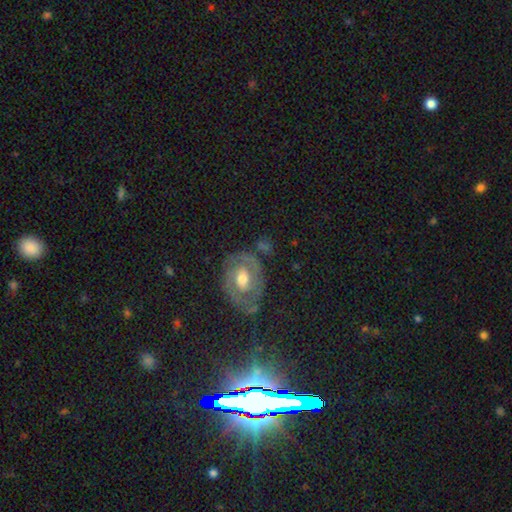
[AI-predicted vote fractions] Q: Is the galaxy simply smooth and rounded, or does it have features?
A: featured or disk — 55%.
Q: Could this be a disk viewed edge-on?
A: no — 92%.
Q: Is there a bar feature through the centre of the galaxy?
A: no — 59%.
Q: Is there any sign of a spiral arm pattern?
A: yes — 67%.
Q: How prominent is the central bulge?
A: moderate — 66%.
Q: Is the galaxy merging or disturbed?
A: none — 68%.